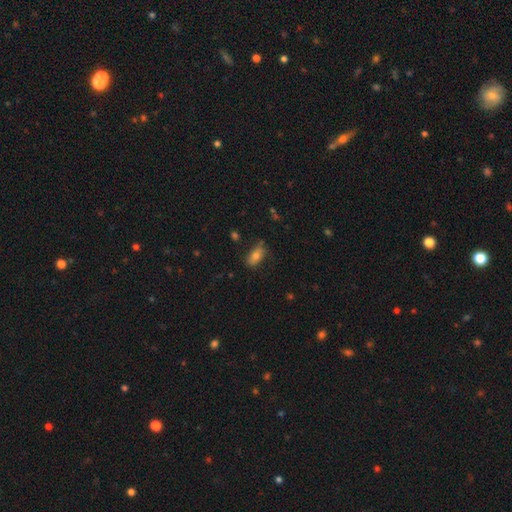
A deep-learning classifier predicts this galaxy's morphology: smooth 74%, featured or disk 17%, star or artifact 9%. Down the decision tree: how rounded — in between (84%); merging — none (70%).